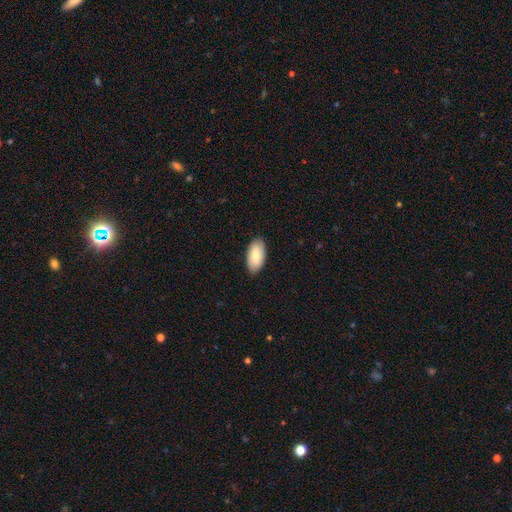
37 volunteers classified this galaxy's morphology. Volunteers were most divided on "smooth or featured": smooth: 84%, featured or disk: 14%, star or artifact: 3%. More confident: how rounded — in between (97%); merging — none (89%).